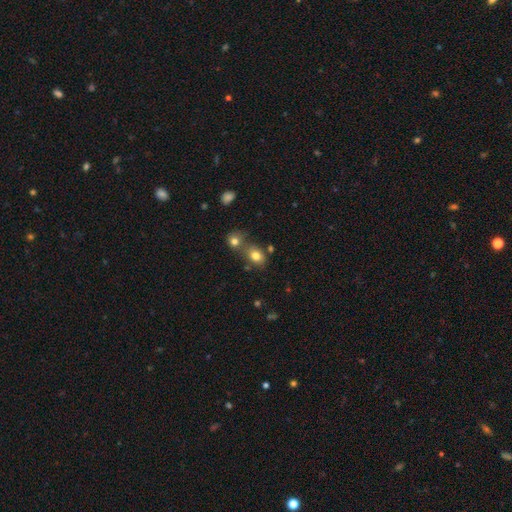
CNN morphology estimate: This is likely a smooth galaxy (79%). How rounded: likely in between (62%). Merging: possibly none (52%).